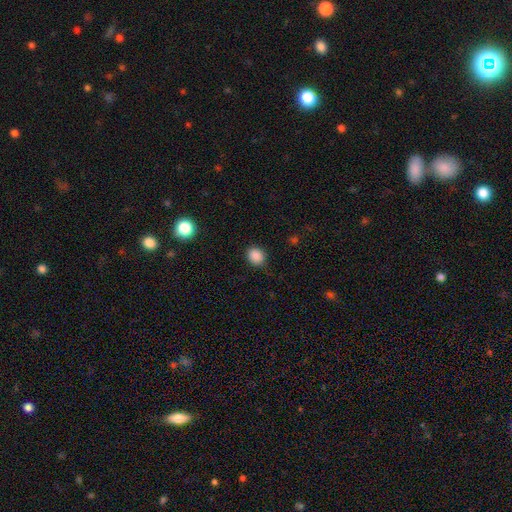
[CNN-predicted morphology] The model was most divided on "how rounded": round: 57%, in between: 43%, cigar-shaped: 1%. More confident: smooth or featured — smooth (87%); merging — none (83%).